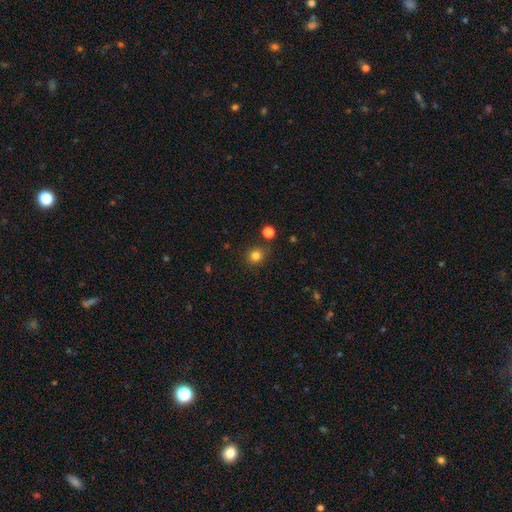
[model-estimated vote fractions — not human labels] smooth 82%, star or artifact 13%, featured or disk 5%. Down the decision tree: how rounded — round (88%); merging — none (83%).